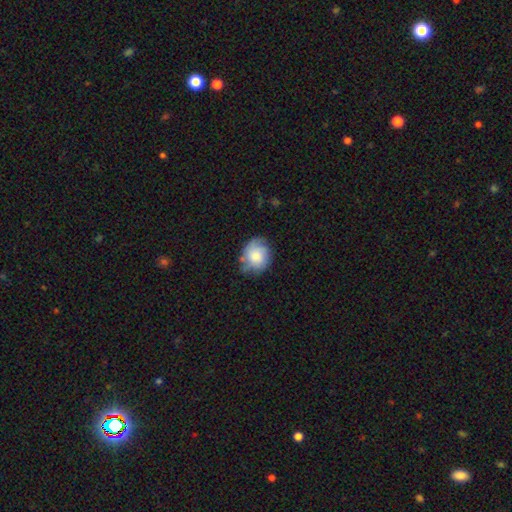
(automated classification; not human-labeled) This appears to be a smooth galaxy with no disk features (69%) that is round (59%). Merging: none (57%).